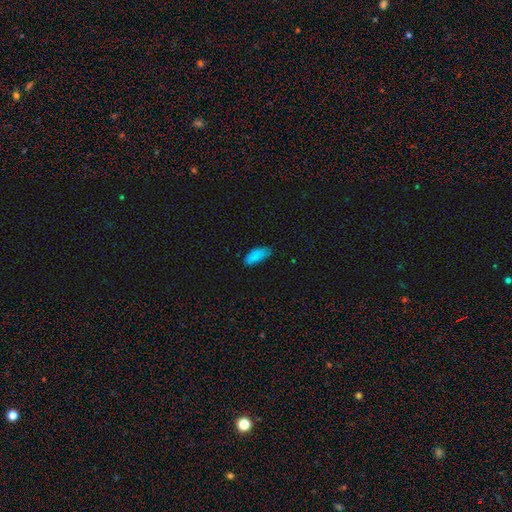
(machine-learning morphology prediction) Smooth or featured?
  - smooth: 84% *
  - star or artifact: 9%
  - featured or disk: 7%
How rounded?
  - in between: 84% *
  - cigar-shaped: 14%
  - round: 2%
Merging?
  - none: 67% *
  - minor disturbance: 26%
  - major disturbance: 5%
  - merger: 2%